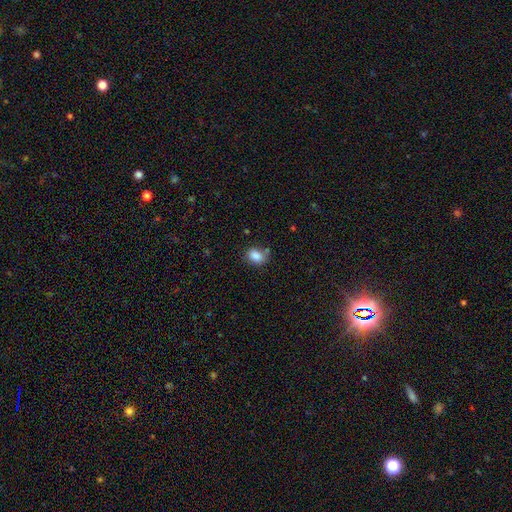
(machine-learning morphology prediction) Smooth or featured?
  - smooth: 85% *
  - star or artifact: 9%
  - featured or disk: 5%
How rounded?
  - in between: 68% *
  - round: 31%
  - cigar-shaped: 1%
Merging?
  - none: 67% *
  - minor disturbance: 19%
  - merger: 8%
  - major disturbance: 5%